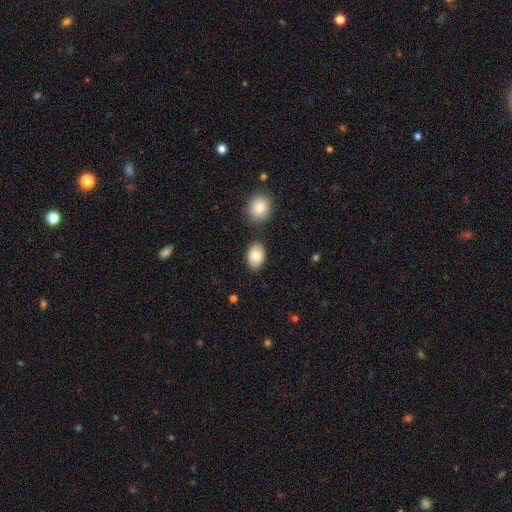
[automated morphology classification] Smooth or featured? smooth (83%)
How rounded? in between (86%)
Merging? none (79%)